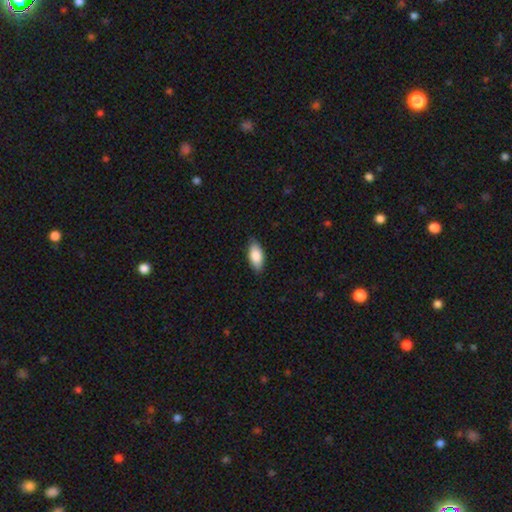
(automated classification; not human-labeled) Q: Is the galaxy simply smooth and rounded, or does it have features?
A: smooth — 85%.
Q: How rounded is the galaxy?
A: in between — 89%.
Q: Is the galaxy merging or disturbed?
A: none — 85%.